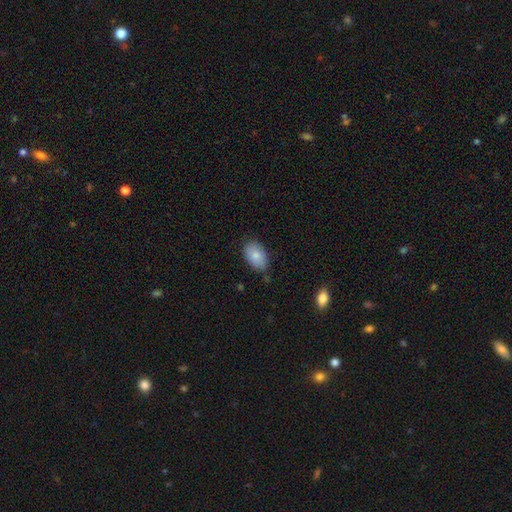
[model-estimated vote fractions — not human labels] Smooth or featured?
  - smooth: 82% *
  - featured or disk: 10%
  - star or artifact: 7%
How rounded?
  - in between: 88% *
  - round: 11%
  - cigar-shaped: 1%
Merging?
  - none: 72% *
  - minor disturbance: 22%
  - major disturbance: 3%
  - merger: 2%